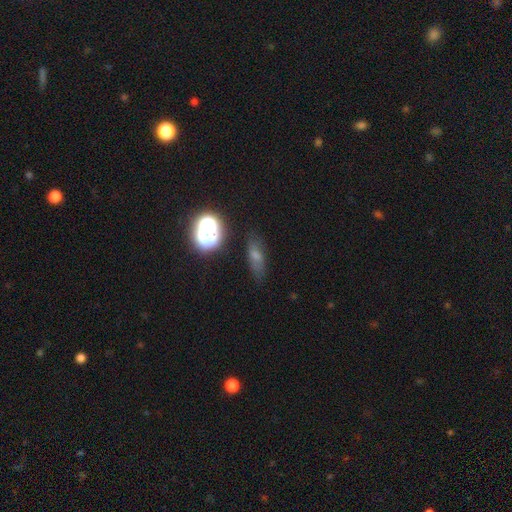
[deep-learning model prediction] This appears to be a smooth galaxy with no disk features (55%) that is in between round and cigar-shaped (65%). Merging: none (68%).